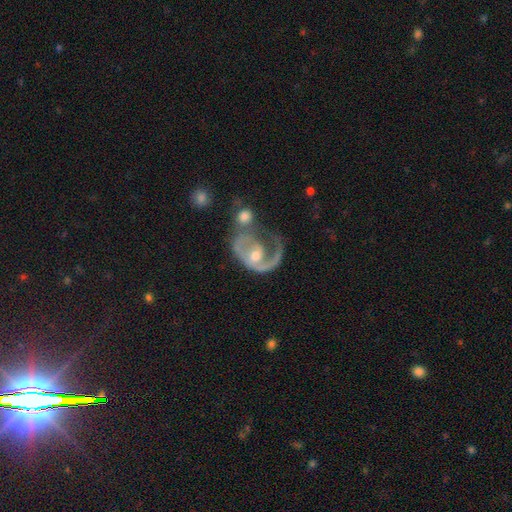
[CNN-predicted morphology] This appears to be a featured or disk galaxy (80%) with no bar (61%), 1 (65%) medium (39%) spiral arms (80%) and a moderate central bulge (62%). Merging: merger (38%).